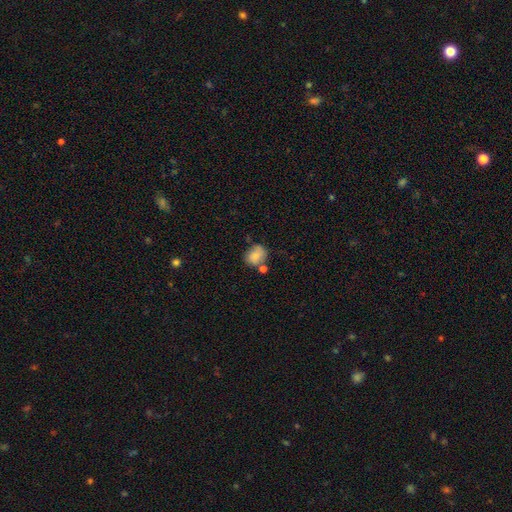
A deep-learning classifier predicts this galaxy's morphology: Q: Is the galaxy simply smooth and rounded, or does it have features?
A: smooth — 79%.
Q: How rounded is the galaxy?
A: round — 53%.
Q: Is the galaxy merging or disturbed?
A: none — 52%.